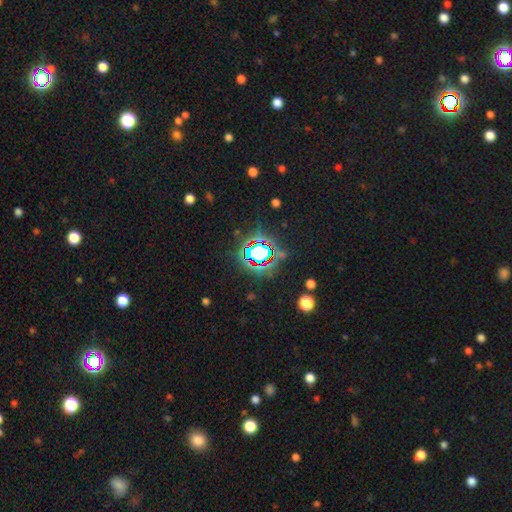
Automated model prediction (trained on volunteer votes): Smooth or featured?
  - star or artifact: 74% *
  - smooth: 15%
  - featured or disk: 10%